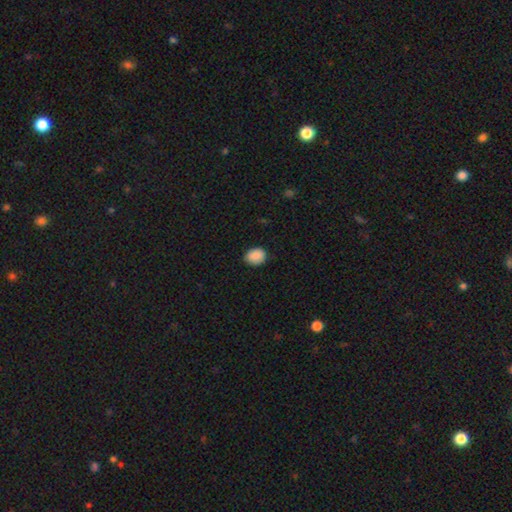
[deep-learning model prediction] smooth_or_featured: smooth (p=0.90) [alt: star or artifact p=0.08]
how_rounded: in between (p=0.55) [alt: round p=0.44]
merging: none (p=0.86) [alt: minor disturbance p=0.11]